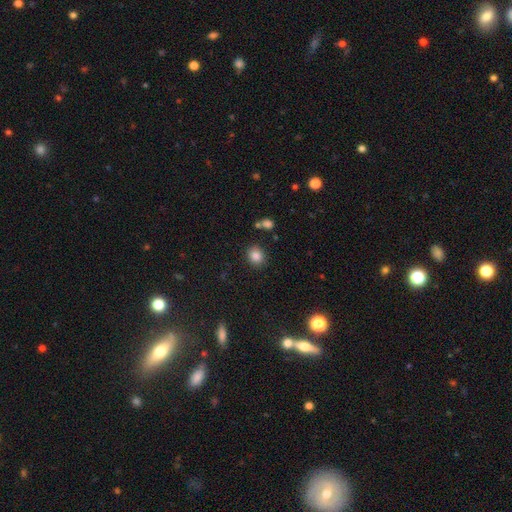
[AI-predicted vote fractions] Overall: smooth (85%). How rounded: round (72%). Merging: none (85%).